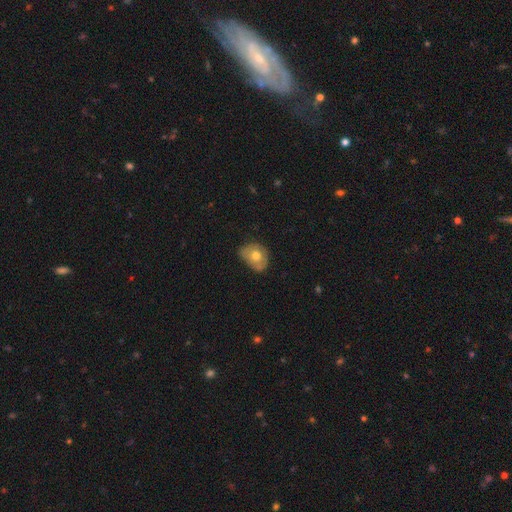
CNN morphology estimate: Smooth or featured?
  - smooth: 61% *
  - featured or disk: 31%
  - star or artifact: 8%
How rounded?
  - in between: 58% *
  - round: 41%
  - cigar-shaped: 1%
Merging?
  - none: 46% *
  - minor disturbance: 40%
  - major disturbance: 12%
  - merger: 2%